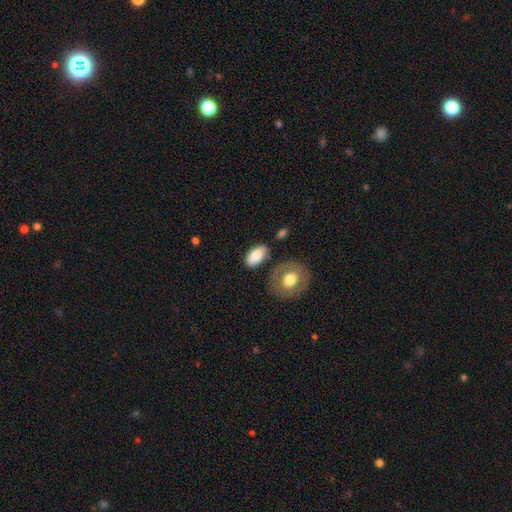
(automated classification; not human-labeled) Smooth or featured?
  - smooth: 83% *
  - featured or disk: 11%
  - star or artifact: 6%
How rounded?
  - in between: 91% *
  - round: 6%
  - cigar-shaped: 3%
Merging?
  - none: 72% *
  - minor disturbance: 18%
  - merger: 6%
  - major disturbance: 5%